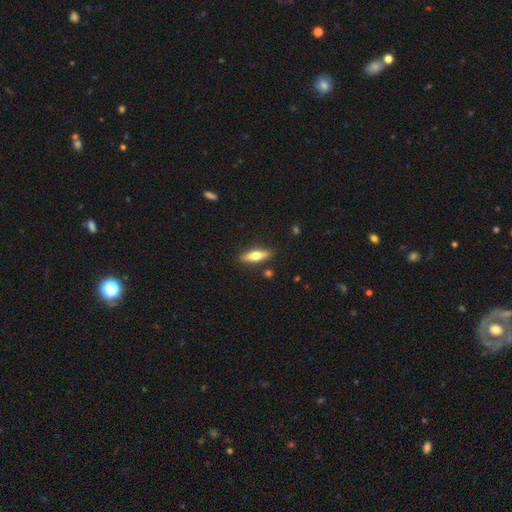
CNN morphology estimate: Smooth or featured?
  - smooth: 52% *
  - featured or disk: 42%
  - star or artifact: 6%
How rounded?
  - cigar-shaped: 61% *
  - in between: 37%
  - round: 3%
Merging?
  - none: 87% *
  - minor disturbance: 9%
  - merger: 2%
  - major disturbance: 2%